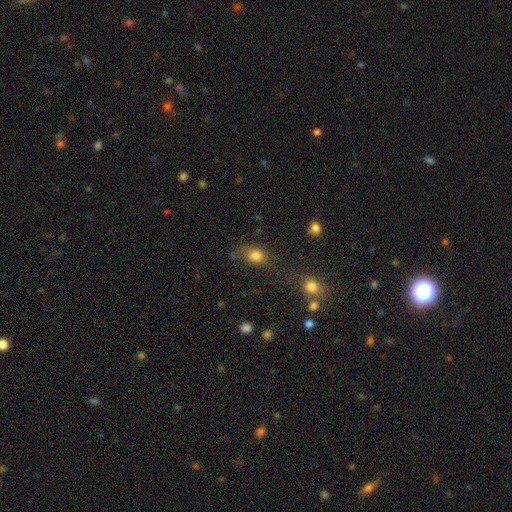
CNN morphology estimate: A smooth galaxy with no disk features (81%) that is in between round and cigar-shaped (57%). Merging: none (58%).